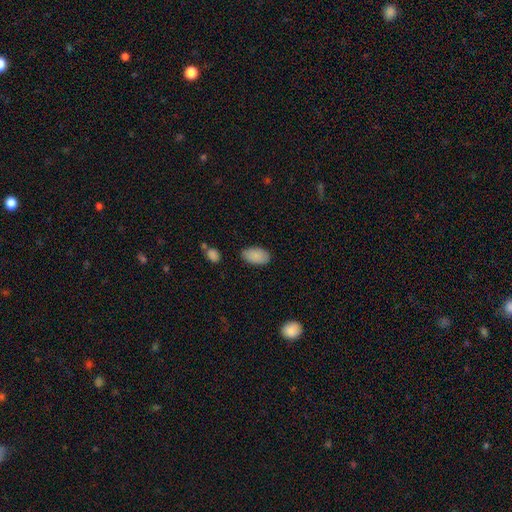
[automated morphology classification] Smooth or featured: smooth — 89% (star or artifact — 7%)
How rounded: in between — 94% (round — 4%)
Merging: none — 83% (minor disturbance — 13%)